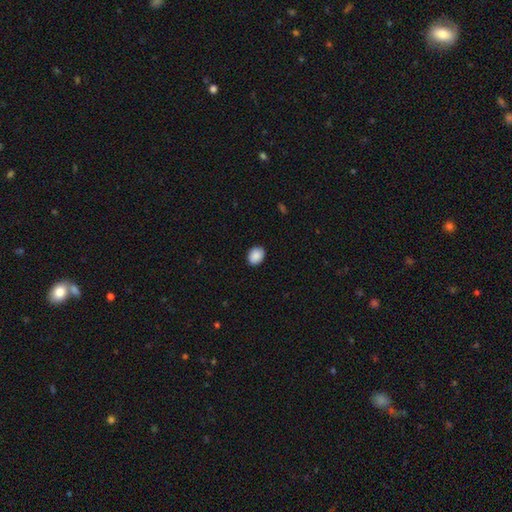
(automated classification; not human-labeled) Smooth or featured? smooth (90%)
How rounded? in between (60%)
Merging? none (88%)